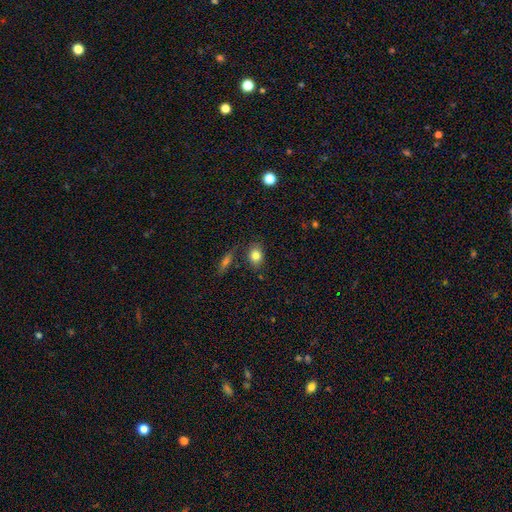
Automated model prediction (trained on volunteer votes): The model was most divided on "how rounded": in between: 56%, round: 42%, cigar-shaped: 2%. More confident: smooth or featured — smooth (82%); merging — none (76%).